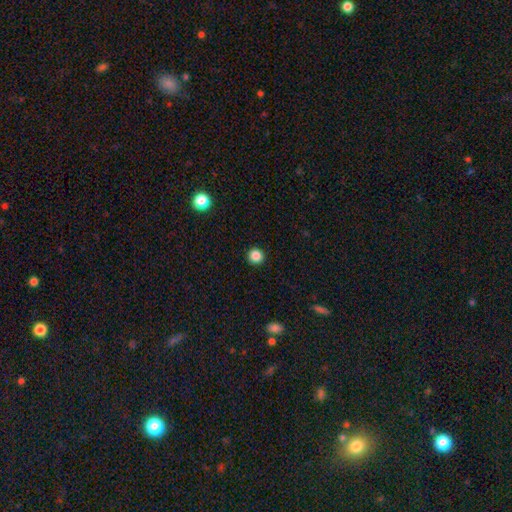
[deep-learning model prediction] smooth 86%, star or artifact 11%, featured or disk 3%. Down the decision tree: how rounded — round (95%); merging — none (93%).